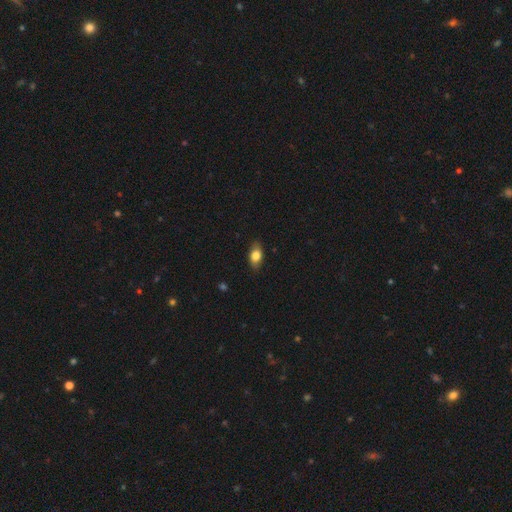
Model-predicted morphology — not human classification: Overall: smooth (79%). How rounded: in between (86%). Merging: none (84%).